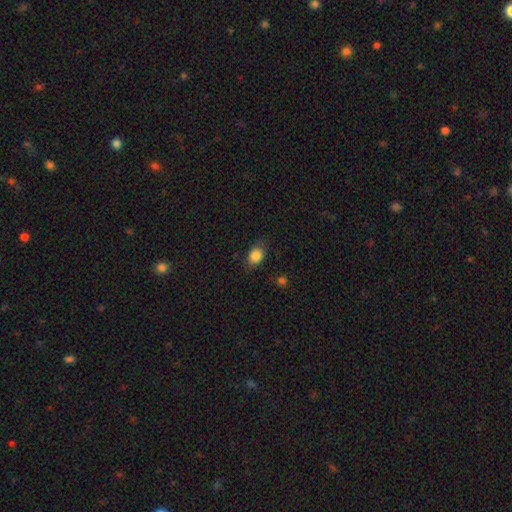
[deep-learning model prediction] This appears to be a smooth galaxy with no disk features (85%) that is in between round and cigar-shaped (66%). Merging: none (75%).